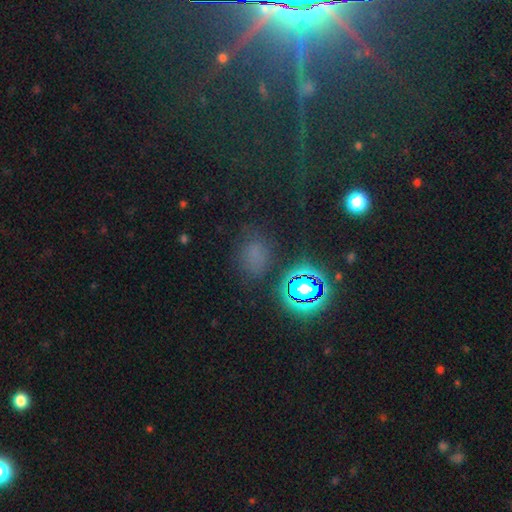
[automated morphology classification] smooth-or-featured: smooth: 49% | star or artifact: 44% | featured or disk: 7%
  merging: none: 76% | minor disturbance: 14% | major disturbance: 6% | merger: 3%